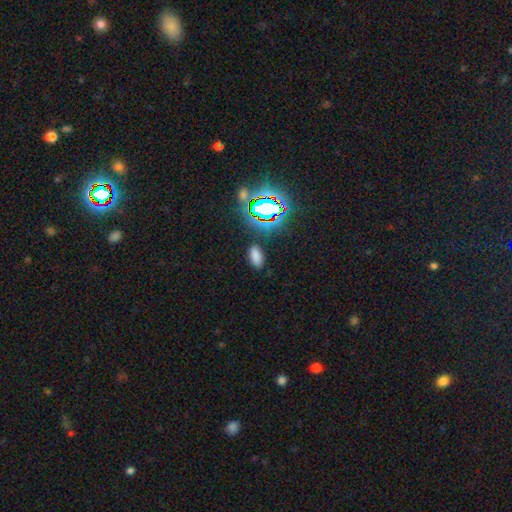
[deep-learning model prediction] smooth 70%, star or artifact 23%, featured or disk 6%. Down the decision tree: how rounded — in between (91%); merging — none (86%).